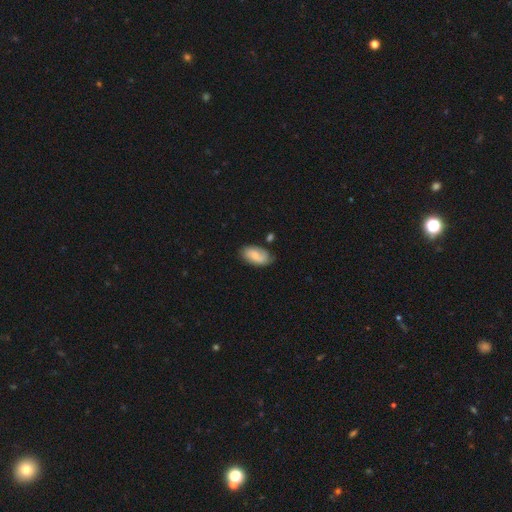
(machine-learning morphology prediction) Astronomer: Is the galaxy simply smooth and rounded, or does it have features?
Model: smooth — 69%.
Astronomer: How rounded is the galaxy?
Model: in between — 93%.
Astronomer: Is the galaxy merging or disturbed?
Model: none — 68%.